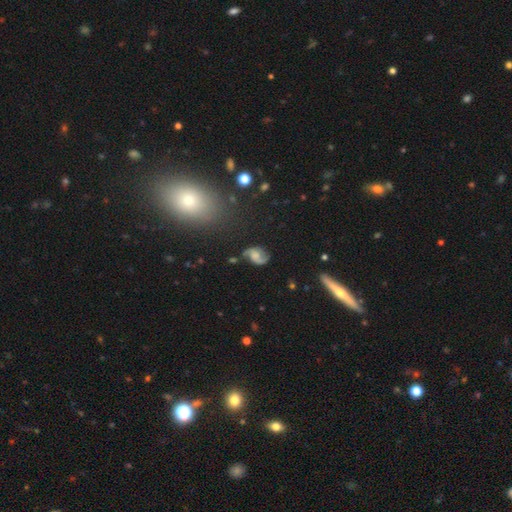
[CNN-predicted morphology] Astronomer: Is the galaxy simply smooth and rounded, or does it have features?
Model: featured or disk — 78%.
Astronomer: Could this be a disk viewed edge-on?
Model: no — 98%.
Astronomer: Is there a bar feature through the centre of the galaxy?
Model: no — 53% (runner-up: weak, 39%).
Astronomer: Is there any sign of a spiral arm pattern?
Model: yes — 95%.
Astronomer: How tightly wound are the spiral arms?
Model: loose — 43%, tied with medium at 43%.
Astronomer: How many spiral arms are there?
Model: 2 — 91%.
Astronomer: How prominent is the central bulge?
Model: none — 36% (runner-up: moderate, 26%).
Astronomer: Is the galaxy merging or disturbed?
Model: none — 68%.